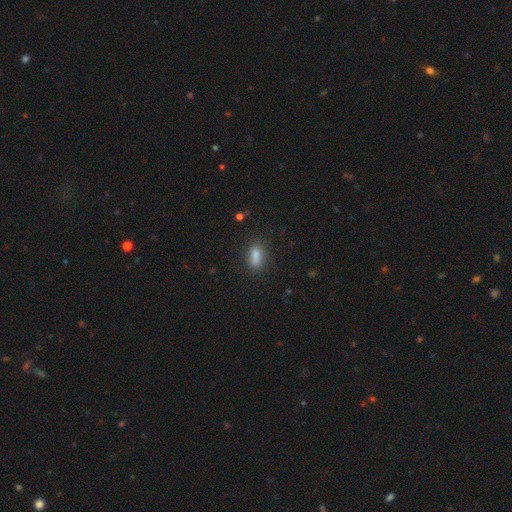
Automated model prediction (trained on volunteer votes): This is clearly a smooth galaxy (84%). How rounded: likely in between (76%). Merging: clearly none (81%).